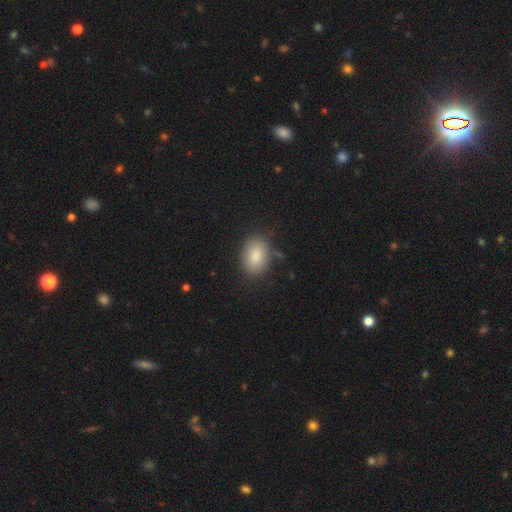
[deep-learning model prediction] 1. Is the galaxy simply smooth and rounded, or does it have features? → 86% smooth, 7% star or artifact, 7% featured or disk.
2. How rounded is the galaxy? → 84% in between, 15% round, 1% cigar-shaped.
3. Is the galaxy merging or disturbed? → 82% none, 13% minor disturbance, 3% major disturbance, 2% merger.